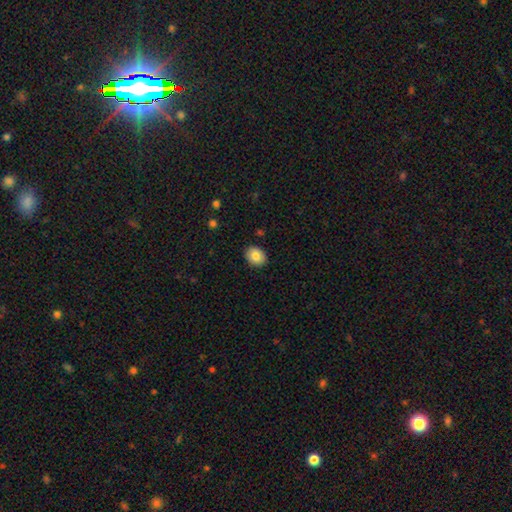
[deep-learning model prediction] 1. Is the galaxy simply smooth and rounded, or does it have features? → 84% smooth, 8% featured or disk, 8% star or artifact.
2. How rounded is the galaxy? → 53% in between, 46% round, 1% cigar-shaped.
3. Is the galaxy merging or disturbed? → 89% none, 8% minor disturbance, 2% major disturbance, 1% merger.